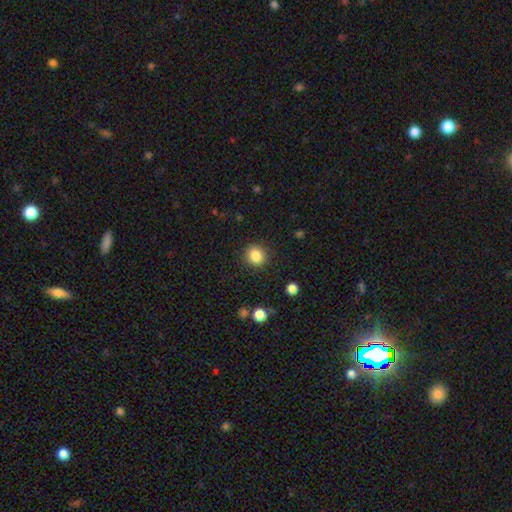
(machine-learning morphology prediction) Overall: smooth (85%). How rounded: round (84%). Merging: none (89%).